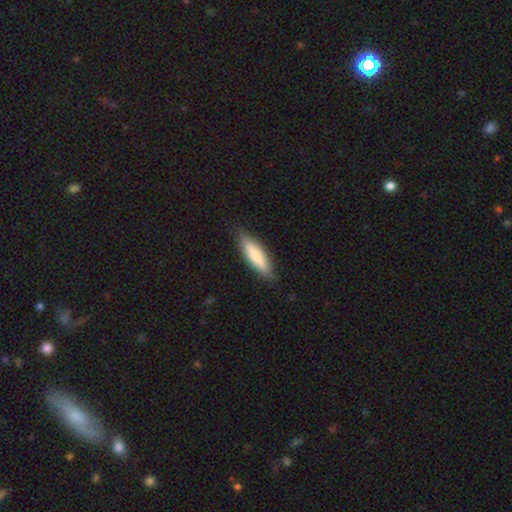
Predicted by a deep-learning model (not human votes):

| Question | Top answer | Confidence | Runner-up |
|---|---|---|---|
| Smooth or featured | smooth | 76% | featured or disk (19%) |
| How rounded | cigar-shaped | 68% | in between (30%) |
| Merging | none | 85% | minor disturbance (12%) |